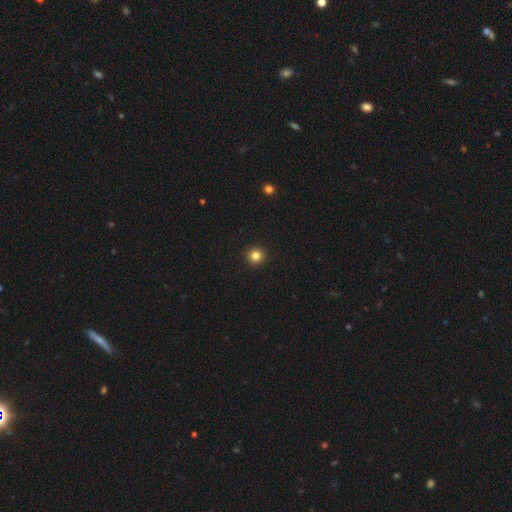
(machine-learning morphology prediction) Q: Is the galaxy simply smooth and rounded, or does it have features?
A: smooth — 82%.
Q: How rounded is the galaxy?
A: round — 95%.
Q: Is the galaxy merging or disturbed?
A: none — 94%.